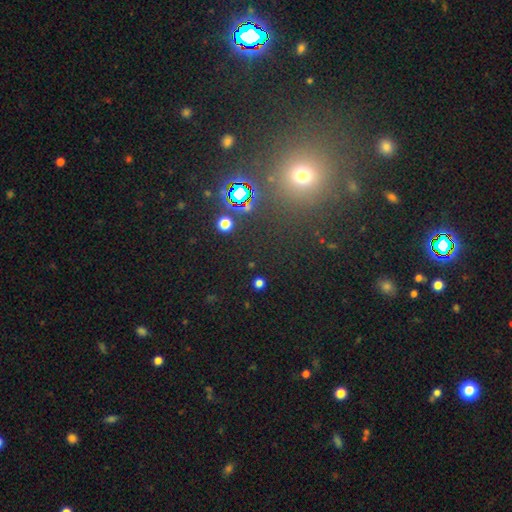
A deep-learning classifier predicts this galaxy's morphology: type=star or artifact (53%).